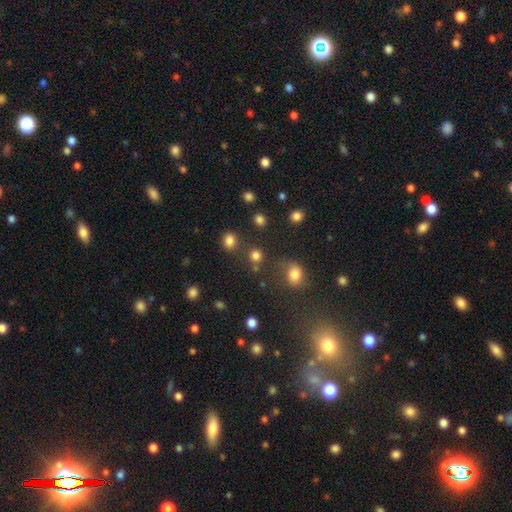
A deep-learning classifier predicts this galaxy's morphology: smooth-or-featured: smooth: 79% | star or artifact: 16% | featured or disk: 5%
  how-rounded: round: 87% | in between: 12% | cigar-shaped: 1%
  merging: none: 73% | merger: 12% | minor disturbance: 10% | major disturbance: 5%